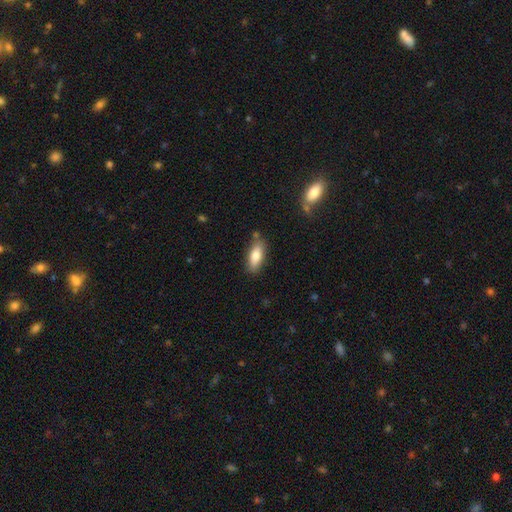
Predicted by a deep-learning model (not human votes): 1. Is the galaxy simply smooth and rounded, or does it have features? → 77% smooth, 17% featured or disk, 7% star or artifact.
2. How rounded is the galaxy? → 71% in between, 27% cigar-shaped, 2% round.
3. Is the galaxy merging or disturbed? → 79% none, 14% minor disturbance, 4% merger, 3% major disturbance.